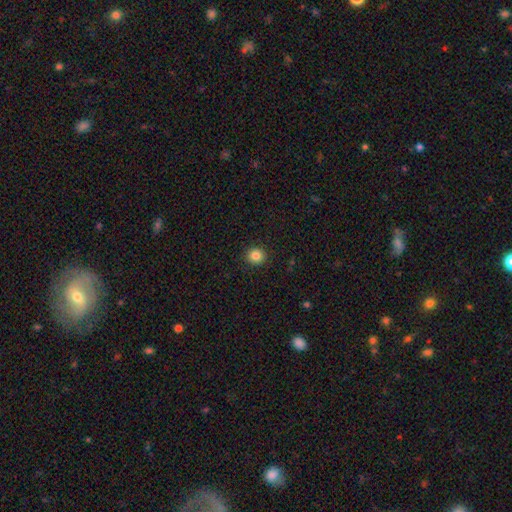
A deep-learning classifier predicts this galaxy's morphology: smooth-or-featured: smooth: 84% | star or artifact: 11% | featured or disk: 5%
  how-rounded: round: 90% | in between: 9% | cigar-shaped: 1%
  merging: none: 92% | minor disturbance: 5% | major disturbance: 2% | merger: 1%